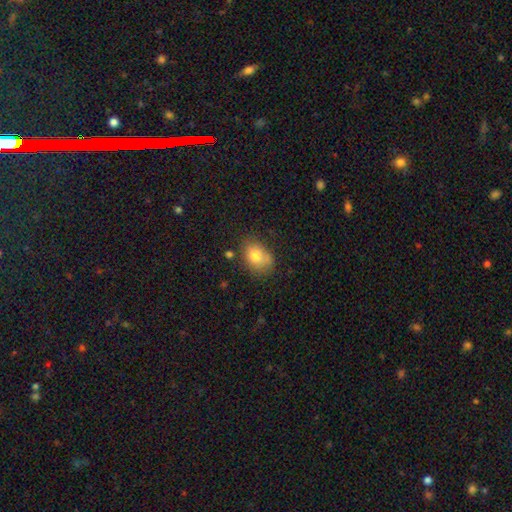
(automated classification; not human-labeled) Smooth or featured? smooth (78%)
How rounded? in between (68%)
Merging? none (61%)